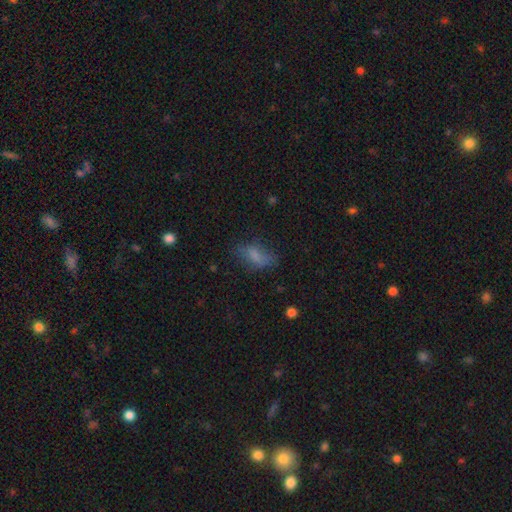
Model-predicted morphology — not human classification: smooth-or-featured: smooth: 71% | featured or disk: 17% | star or artifact: 12%
  how-rounded: in between: 83% | cigar-shaped: 12% | round: 5%
  merging: none: 56% | minor disturbance: 26% | major disturbance: 16% | merger: 2%